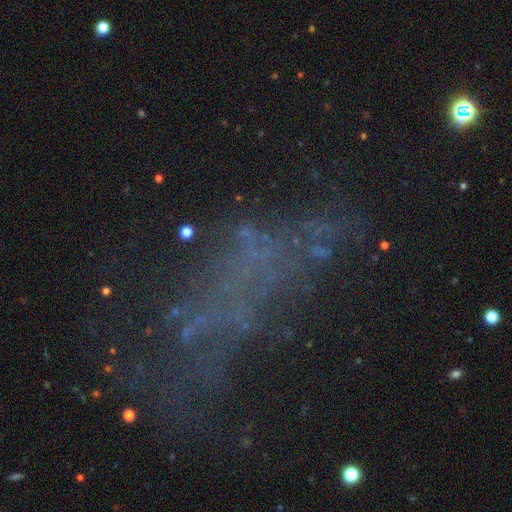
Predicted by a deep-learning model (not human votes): smooth-or-featured: star or artifact: 40% | featured or disk: 37% | smooth: 23%